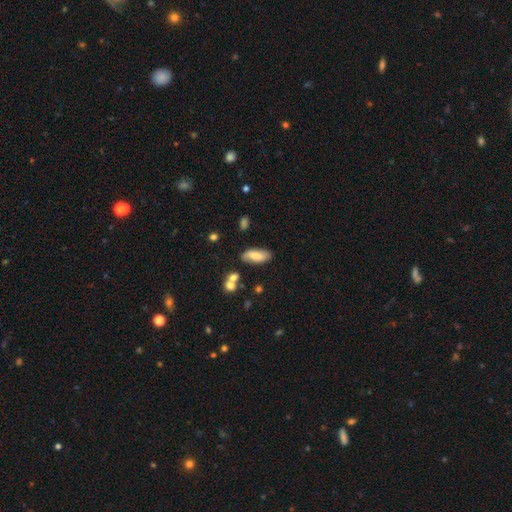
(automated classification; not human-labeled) Overall: smooth (70%). How rounded: in between (81%). Merging: none (75%).